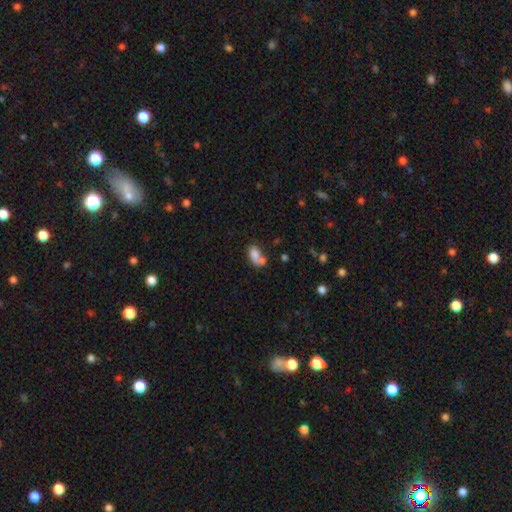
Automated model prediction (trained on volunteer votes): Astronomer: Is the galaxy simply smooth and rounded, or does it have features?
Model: smooth — 75%.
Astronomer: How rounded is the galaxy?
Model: in between — 86%.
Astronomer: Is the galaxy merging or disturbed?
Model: merger — 46% (runner-up: none, 28%).